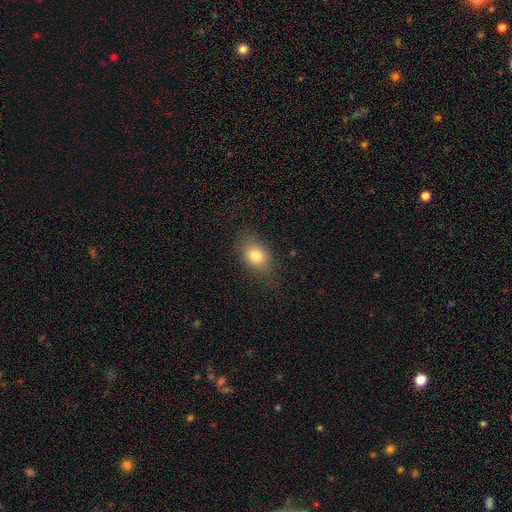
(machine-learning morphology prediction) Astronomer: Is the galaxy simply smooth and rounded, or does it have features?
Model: smooth — 79%.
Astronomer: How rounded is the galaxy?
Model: in between — 74%.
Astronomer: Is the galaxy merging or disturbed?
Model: none — 77%.